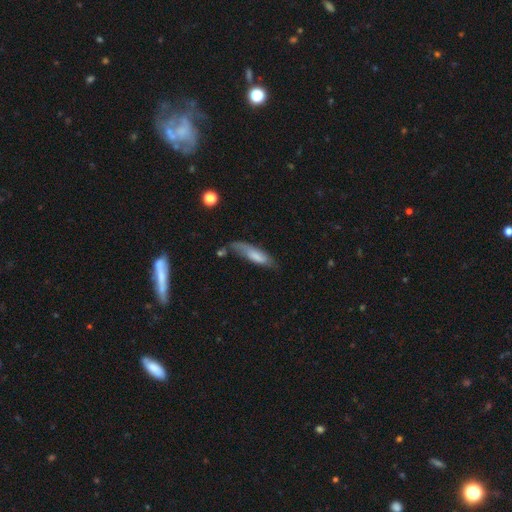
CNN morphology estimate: Smooth or featured?
  - smooth: 67% *
  - featured or disk: 27%
  - star or artifact: 6%
How rounded?
  - cigar-shaped: 51% *
  - in between: 47%
  - round: 2%
Merging?
  - none: 39% *
  - minor disturbance: 30%
  - major disturbance: 22%
  - merger: 9%